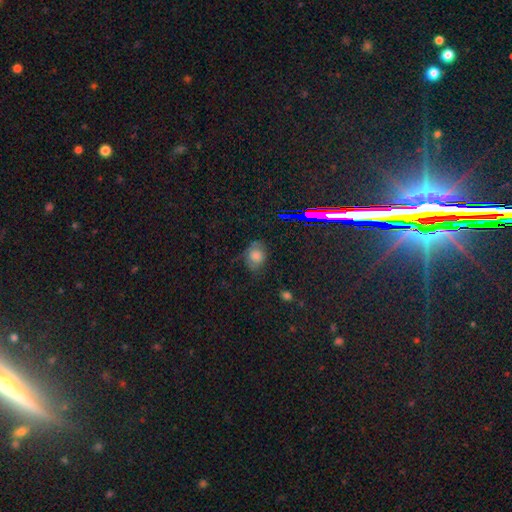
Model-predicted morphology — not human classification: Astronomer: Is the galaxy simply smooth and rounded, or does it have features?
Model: smooth — 64%.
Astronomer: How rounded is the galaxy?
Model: in between — 55% (runner-up: round, 43%).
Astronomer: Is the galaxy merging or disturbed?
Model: none — 61%.